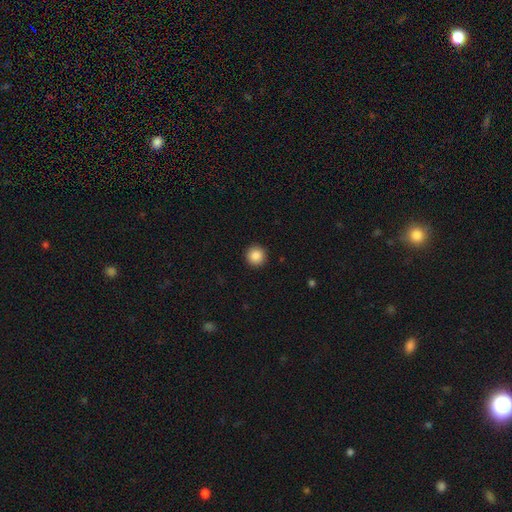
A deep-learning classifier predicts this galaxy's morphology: Smooth or featured? smooth (87%)
How rounded? round (95%)
Merging? none (93%)